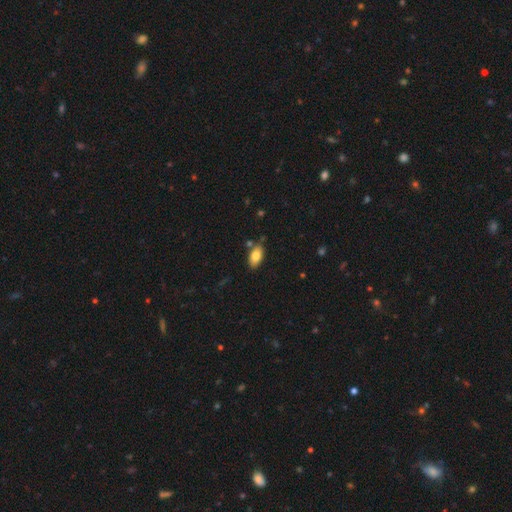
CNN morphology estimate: smooth 81%, featured or disk 12%, star or artifact 7%. Down the decision tree: how rounded — in between (92%); merging — none (77%).